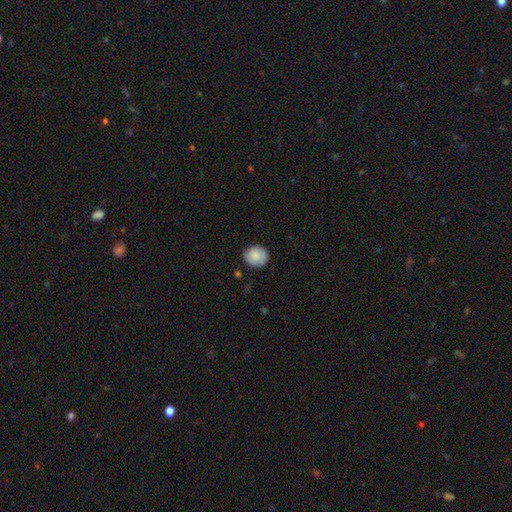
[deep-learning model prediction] Smooth or featured? Predicted: smooth (p=0.84). How rounded? Predicted: round (p=0.81). Merging? Predicted: none (p=0.81).